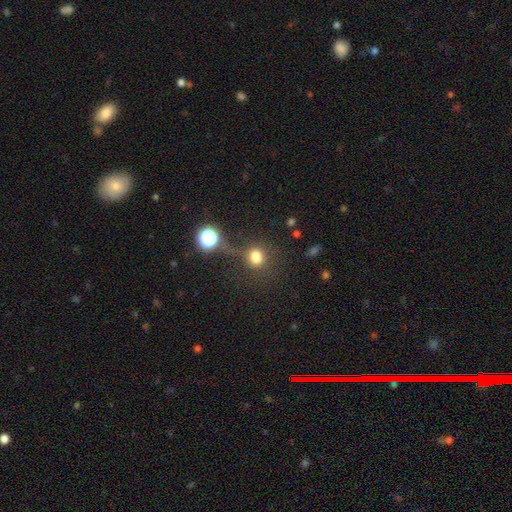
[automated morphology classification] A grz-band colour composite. It shows a smooth galaxy with no disk features (74%) that is round (72%). Merging: none (55%).